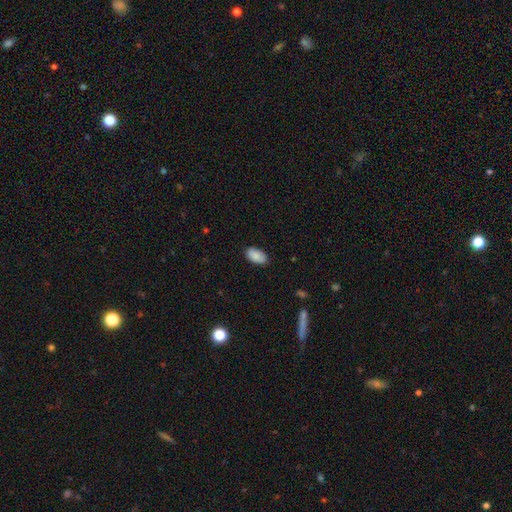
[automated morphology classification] smooth-or-featured: smooth: 87% | star or artifact: 7% | featured or disk: 6%
  how-rounded: in between: 95% | round: 3% | cigar-shaped: 2%
  merging: none: 85% | minor disturbance: 12% | major disturbance: 2% | merger: 1%